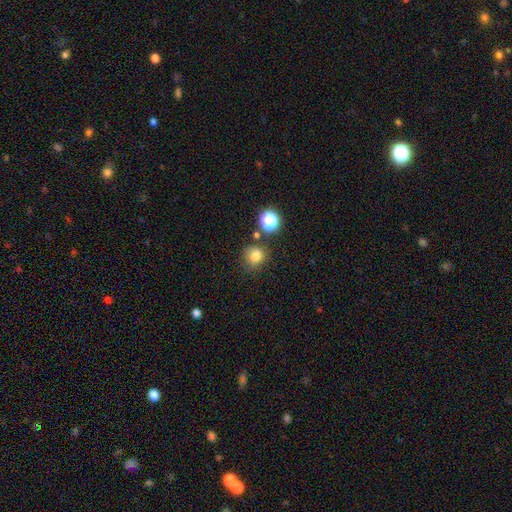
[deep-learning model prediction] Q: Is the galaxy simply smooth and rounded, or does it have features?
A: smooth — 78%.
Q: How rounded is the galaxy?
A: round — 84%.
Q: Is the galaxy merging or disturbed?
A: none — 71%.